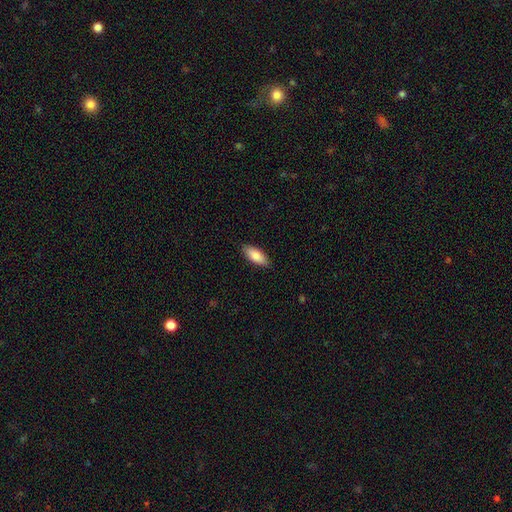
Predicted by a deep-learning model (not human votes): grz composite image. It shows a smooth galaxy with no disk features (86%) that is in between round and cigar-shaped (77%). Merging: none (87%).